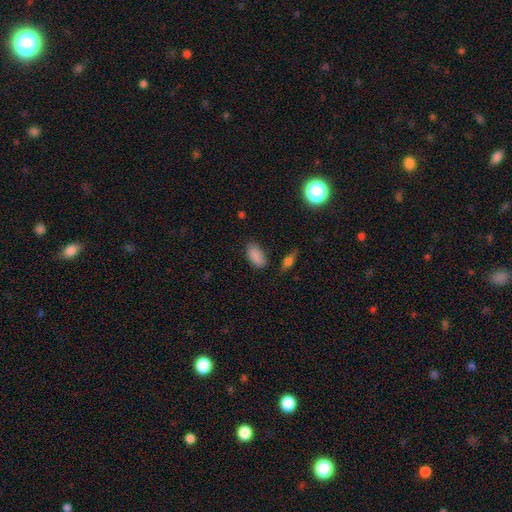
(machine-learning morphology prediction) Smooth or featured? smooth (87%)
How rounded? in between (93%)
Merging? none (80%)